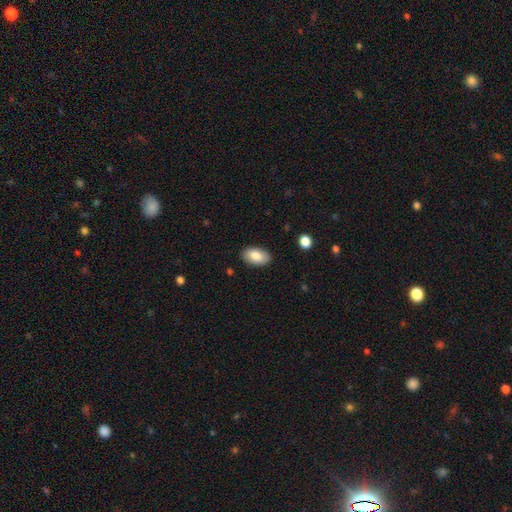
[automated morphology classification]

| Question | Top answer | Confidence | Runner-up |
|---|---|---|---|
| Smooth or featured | smooth | 82% | featured or disk (12%) |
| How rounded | in between | 94% | round (4%) |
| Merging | none | 88% | minor disturbance (9%) |